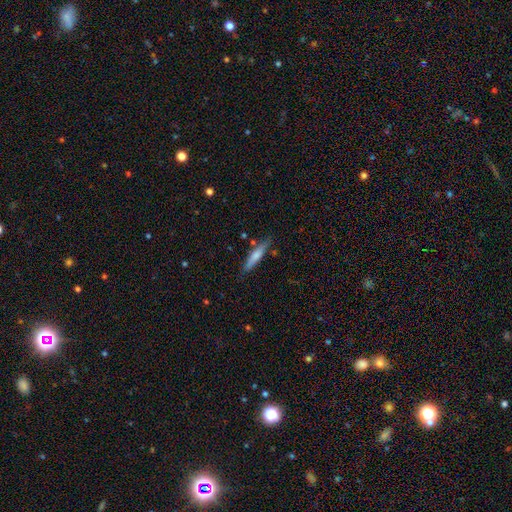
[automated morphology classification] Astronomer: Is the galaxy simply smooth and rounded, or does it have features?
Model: smooth — 64%.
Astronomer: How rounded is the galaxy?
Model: cigar-shaped — 88%.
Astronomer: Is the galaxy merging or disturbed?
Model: none — 81%.